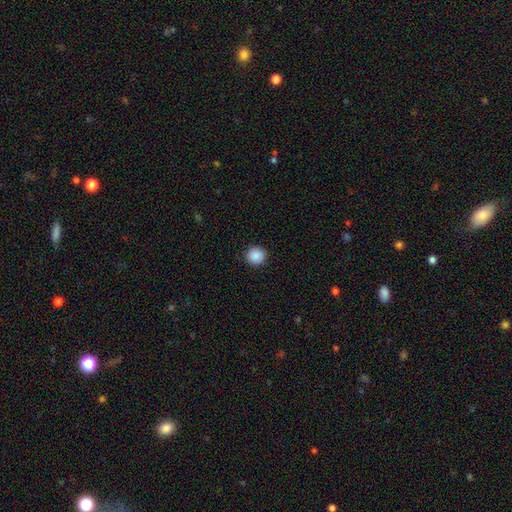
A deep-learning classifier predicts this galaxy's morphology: This appears to be a smooth galaxy with no disk features (89%) that is round (94%). Merging: none (91%).